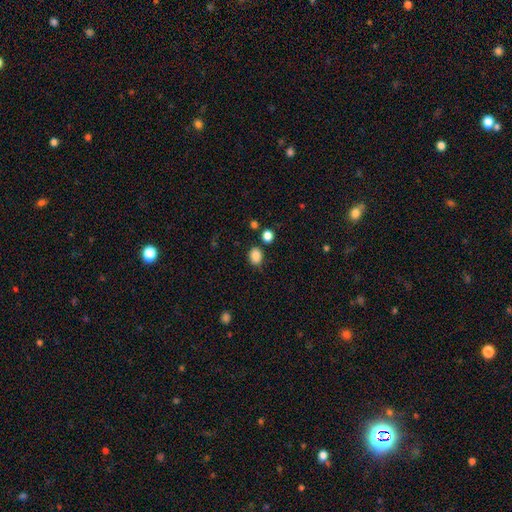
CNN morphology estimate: Smooth or featured: smooth — 86% (star or artifact — 11%)
How rounded: in between — 56% (round — 43%)
Merging: none — 79% (minor disturbance — 13%)